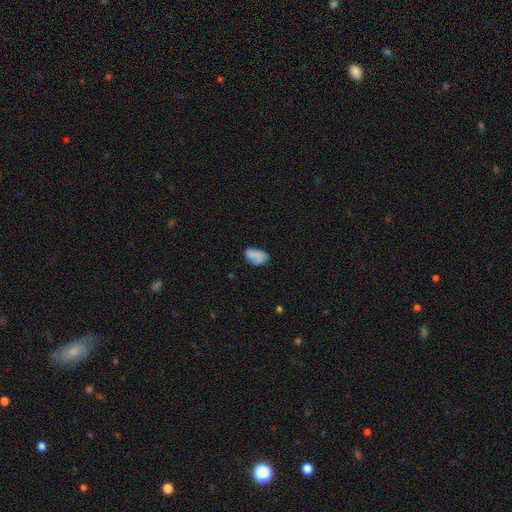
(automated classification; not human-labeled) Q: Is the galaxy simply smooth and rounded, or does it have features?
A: smooth — 73%.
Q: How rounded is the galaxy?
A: in between — 89%.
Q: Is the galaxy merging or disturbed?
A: none — 54%.